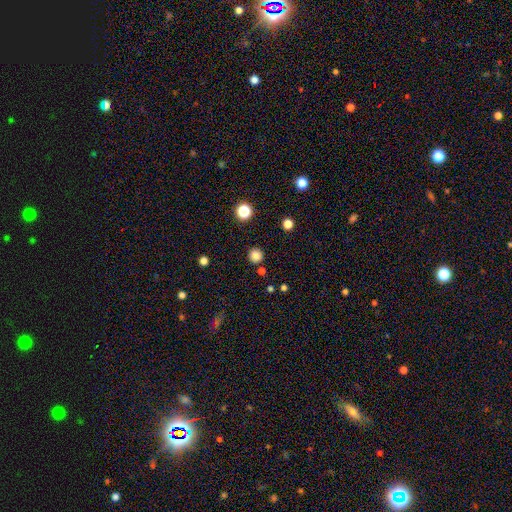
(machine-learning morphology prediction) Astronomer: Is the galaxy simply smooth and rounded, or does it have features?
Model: smooth — 82%.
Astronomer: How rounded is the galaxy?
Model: round — 94%.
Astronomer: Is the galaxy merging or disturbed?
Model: none — 88%.